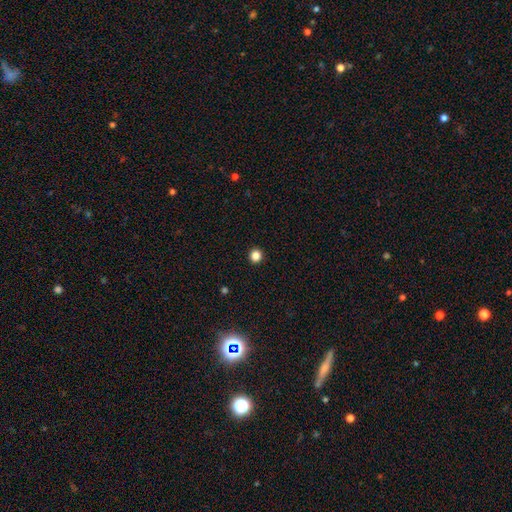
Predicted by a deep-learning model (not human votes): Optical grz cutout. It shows a smooth galaxy with no disk features (84%) that is round (94%). Merging: none (94%).